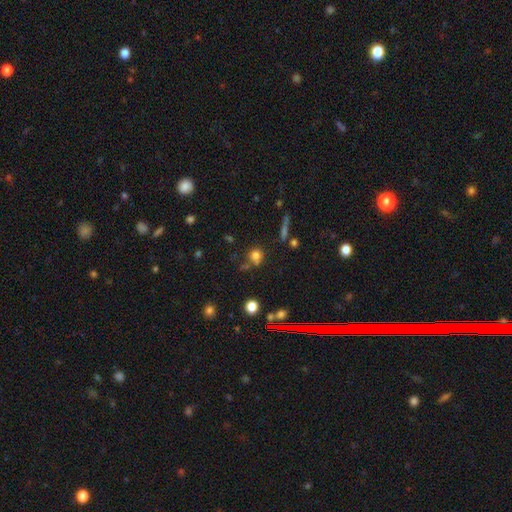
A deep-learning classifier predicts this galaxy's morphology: Smooth or featured?
  - smooth: 73% *
  - star or artifact: 18%
  - featured or disk: 9%
How rounded?
  - round: 86% *
  - in between: 12%
  - cigar-shaped: 2%
Merging?
  - none: 61% *
  - merger: 19%
  - minor disturbance: 13%
  - major disturbance: 6%